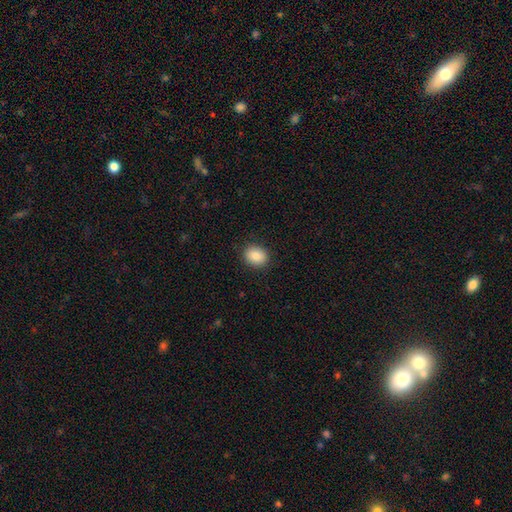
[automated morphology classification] A smooth galaxy with no disk features (86%) that is round (53%).

Vote fractions:
- Smooth or featured? smooth: 86% / star or artifact: 8% / featured or disk: 5%
- How rounded? round: 53% / in between: 46% / cigar-shaped: 1%
- Merging? none: 90% / minor disturbance: 7% / major disturbance: 2% / merger: 1%